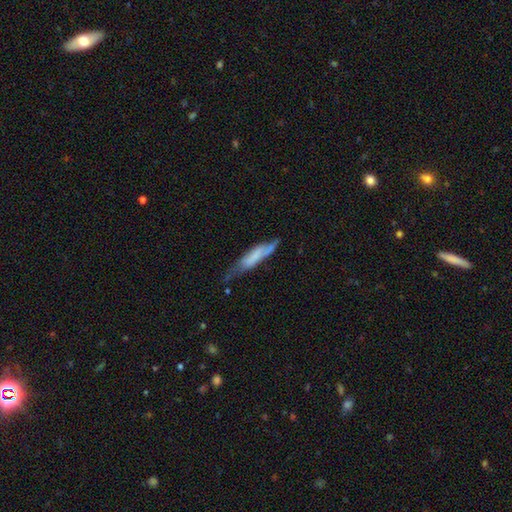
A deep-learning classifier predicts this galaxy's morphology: smooth_or_featured: smooth (p=0.51) [alt: featured or disk p=0.41]
how_rounded: cigar-shaped (p=0.75) [alt: in between p=0.23]
merging: none (p=0.41) [alt: minor disturbance p=0.34]